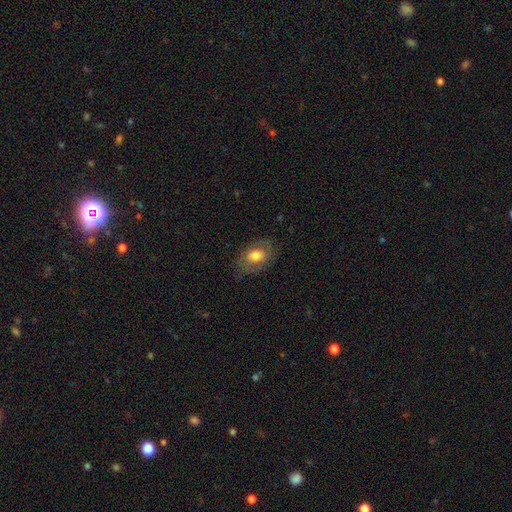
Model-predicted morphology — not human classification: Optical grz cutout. It shows a smooth galaxy with no disk features (66%) that is in between round and cigar-shaped (80%). Merging: none (73%).